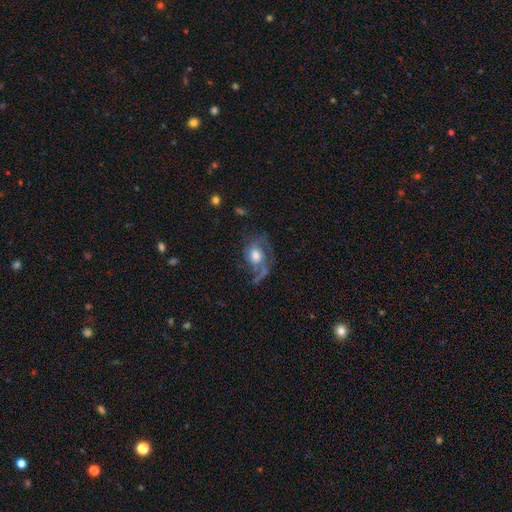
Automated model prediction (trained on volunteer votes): Morphology: type=featured or disk (69%); edge-on=no (97%); bar=no (68%); spiral arms=yes (86%); winding=medium (42%); arm count=2 (47%); bulge=moderate (53%); merging=none (40%).